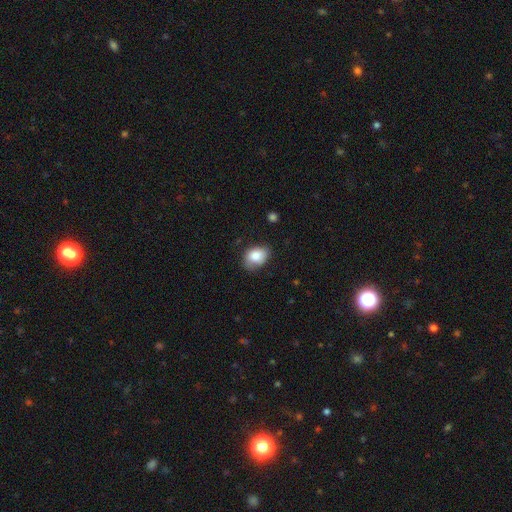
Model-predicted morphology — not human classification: A smooth galaxy with no disk features (84%) that is in between round and cigar-shaped (69%). Merging: none (66%).